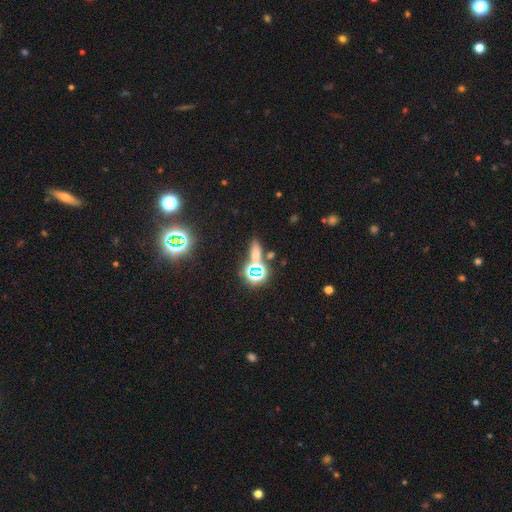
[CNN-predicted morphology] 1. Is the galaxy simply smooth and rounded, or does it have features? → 46% smooth, 43% star or artifact, 11% featured or disk.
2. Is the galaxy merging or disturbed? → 64% none, 20% merger, 11% minor disturbance, 6% major disturbance.